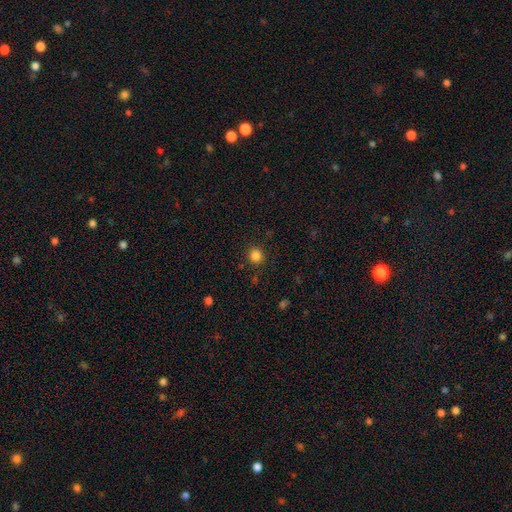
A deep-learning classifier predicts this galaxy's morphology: Smooth or featured? Predicted: smooth (p=0.84). How rounded? Predicted: round (p=0.88). Merging? Predicted: none (p=0.88).